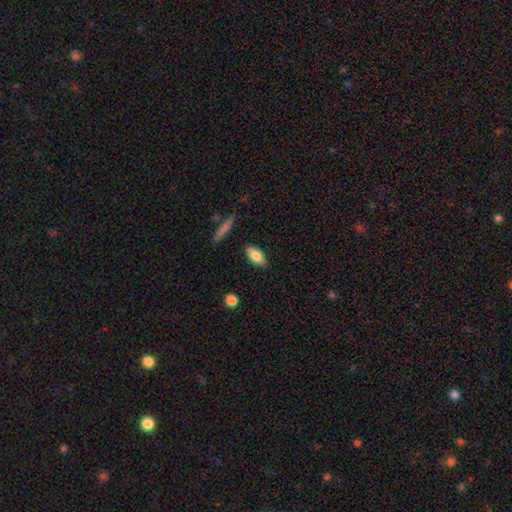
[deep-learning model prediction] A smooth galaxy with no disk features (79%) that is in between round and cigar-shaped (86%). Merging: none (86%).